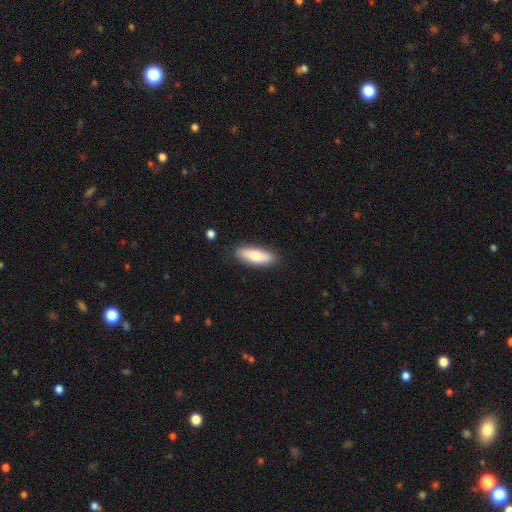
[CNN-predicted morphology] Overall: smooth (77%). How rounded: in between (64%; cigar-shaped 34%). Merging: none (86%).